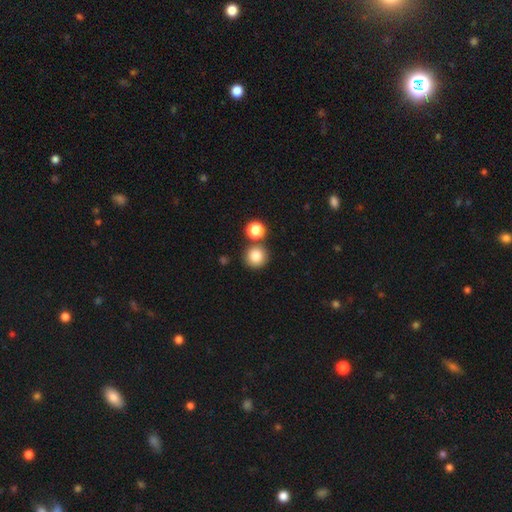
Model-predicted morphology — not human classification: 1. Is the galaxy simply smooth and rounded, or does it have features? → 83% smooth, 11% star or artifact, 6% featured or disk.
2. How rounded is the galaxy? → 93% round, 7% in between, 1% cigar-shaped.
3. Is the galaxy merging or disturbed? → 73% none, 16% merger, 8% minor disturbance, 3% major disturbance.